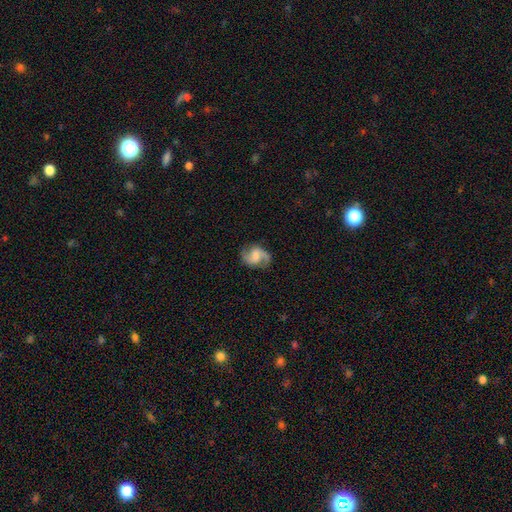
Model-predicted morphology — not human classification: Overall: featured or disk (80%). Edge-on disk: no (98%). Bar: weak (50%; no 36%). Spiral arms: yes (96%). Spiral arm count: 2 (90%). Spiral winding: medium (50%; loose 38%). Bulge size: none (31%; moderate 29%). Merging: none (77%).